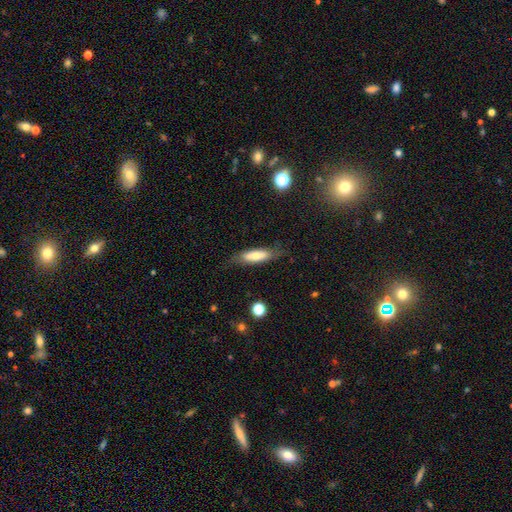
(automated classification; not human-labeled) smooth_or_featured: smooth (p=0.64) [alt: featured or disk p=0.28]
how_rounded: cigar-shaped (p=0.51) [alt: in between p=0.47]
merging: none (p=0.75) [alt: minor disturbance p=0.18]